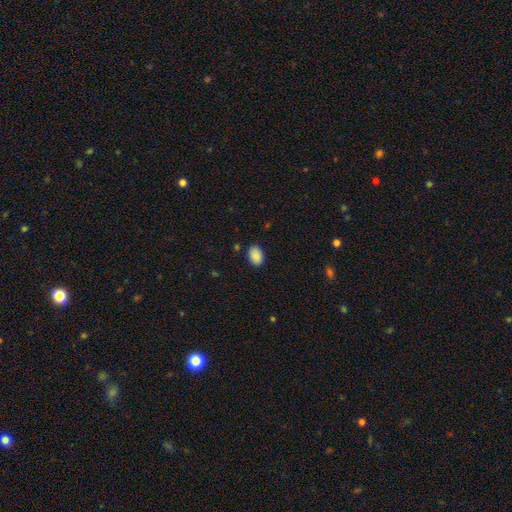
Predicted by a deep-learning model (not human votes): This appears to be a smooth galaxy with no disk features (89%) that is in between round and cigar-shaped (86%). Merging: none (85%).